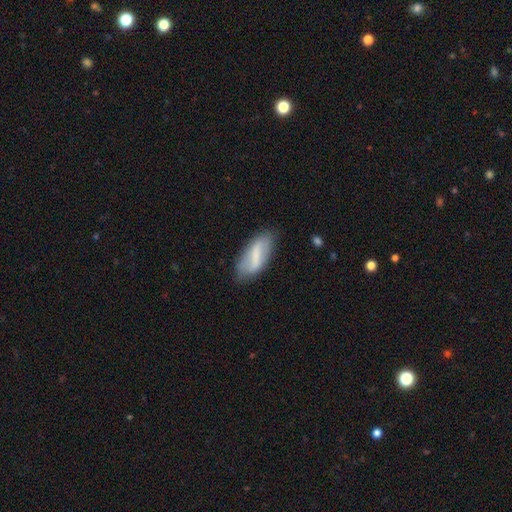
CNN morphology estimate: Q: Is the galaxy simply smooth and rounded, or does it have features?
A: smooth — 53%.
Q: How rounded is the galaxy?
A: in between — 79%.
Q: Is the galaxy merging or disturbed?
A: none — 74%.